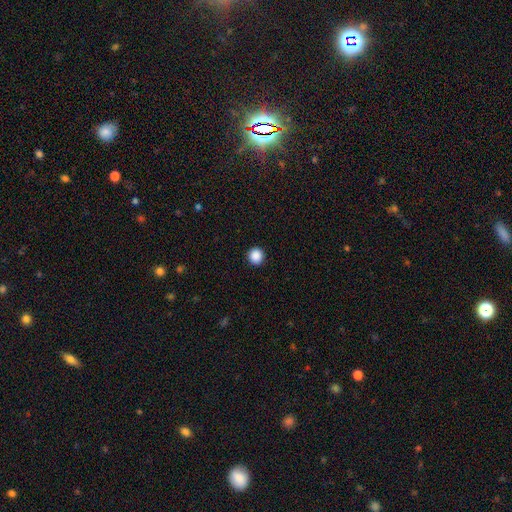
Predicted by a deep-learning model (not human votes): smooth_or_featured: smooth (p=0.89) [alt: star or artifact p=0.09]
how_rounded: round (p=0.95) [alt: in between p=0.04]
merging: none (p=0.93) [alt: minor disturbance p=0.04]